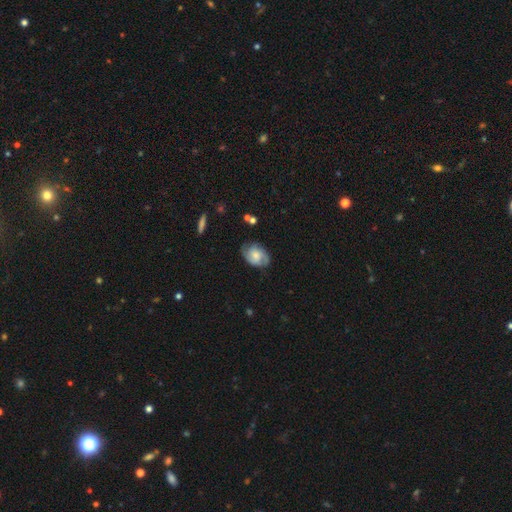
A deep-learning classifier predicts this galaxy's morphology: type=featured or disk (64%); edge-on=no (96%); bar=no (65%); spiral arms=yes (92%); winding=medium (44%); arm count=2 (64%); bulge=moderate (46%); merging=none (72%).